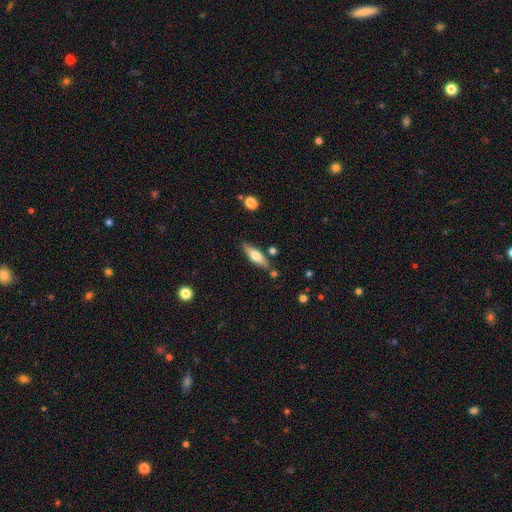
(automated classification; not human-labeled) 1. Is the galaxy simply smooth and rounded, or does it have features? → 56% smooth, 37% featured or disk, 7% star or artifact.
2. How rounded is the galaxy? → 59% cigar-shaped, 39% in between, 2% round.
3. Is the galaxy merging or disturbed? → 80% none, 12% minor disturbance, 5% merger, 3% major disturbance.